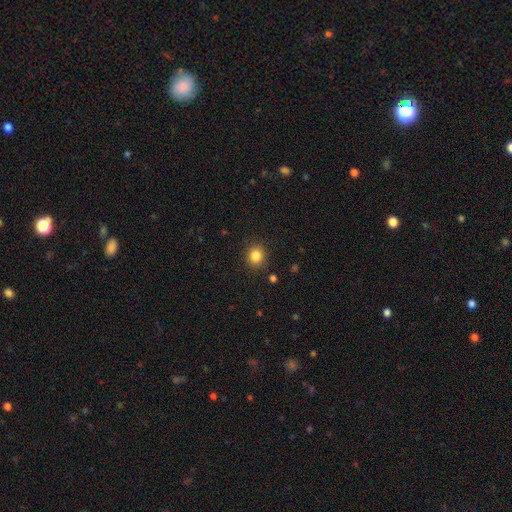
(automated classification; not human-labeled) This appears to be a smooth galaxy with no disk features (84%) that is round (84%). Merging: none (88%).